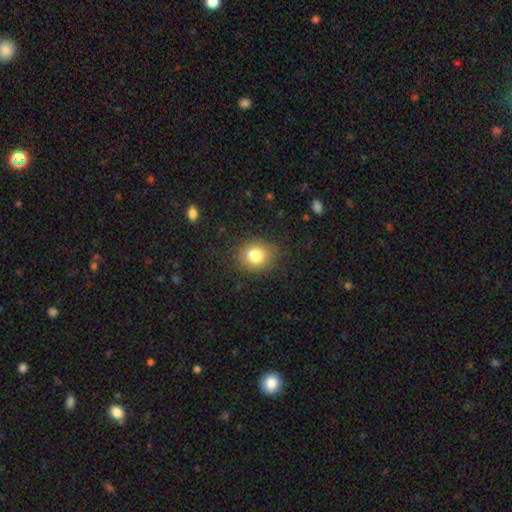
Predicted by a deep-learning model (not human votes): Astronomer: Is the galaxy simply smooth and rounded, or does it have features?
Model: smooth — 79%.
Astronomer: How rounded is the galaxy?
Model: round — 66%.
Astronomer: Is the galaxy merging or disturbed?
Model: none — 78%.